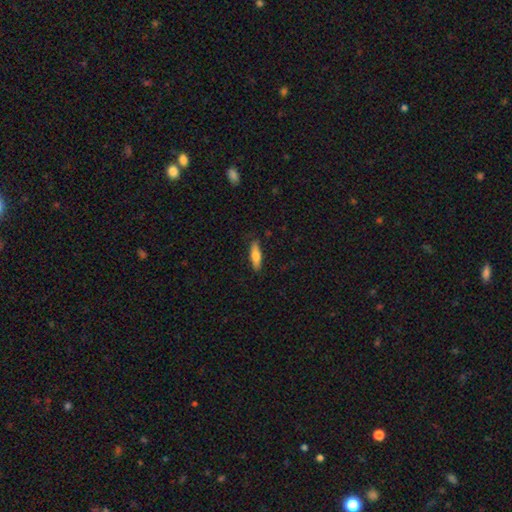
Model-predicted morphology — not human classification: Smooth or featured? Predicted: smooth (p=0.69). How rounded? Predicted: cigar-shaped (p=0.61). Merging? Predicted: none (p=0.85).